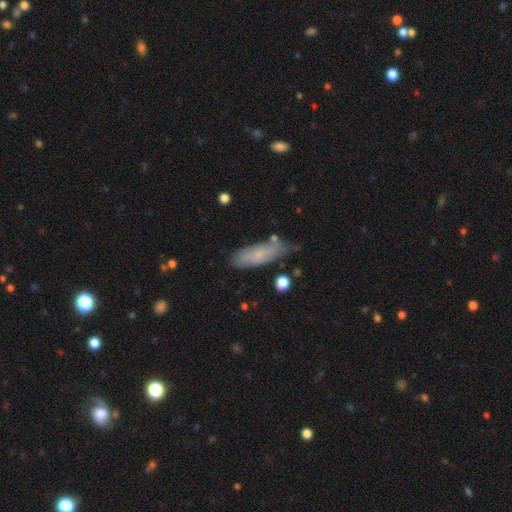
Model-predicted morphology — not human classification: This appears to be a smooth galaxy with no disk features (76%) that is in between round and cigar-shaped (60%). Merging: none (58%).